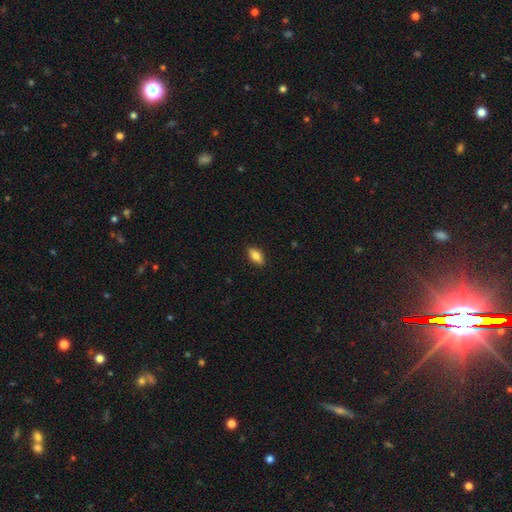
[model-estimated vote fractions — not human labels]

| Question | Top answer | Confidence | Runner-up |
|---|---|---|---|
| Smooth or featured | smooth | 80% | featured or disk (13%) |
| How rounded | in between | 86% | cigar-shaped (10%) |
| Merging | none | 89% | minor disturbance (8%) |